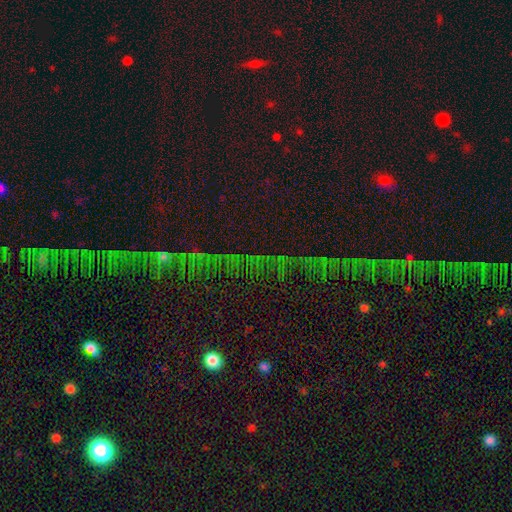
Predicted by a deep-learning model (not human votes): Smooth or featured? Predicted: star or artifact (p=0.77).